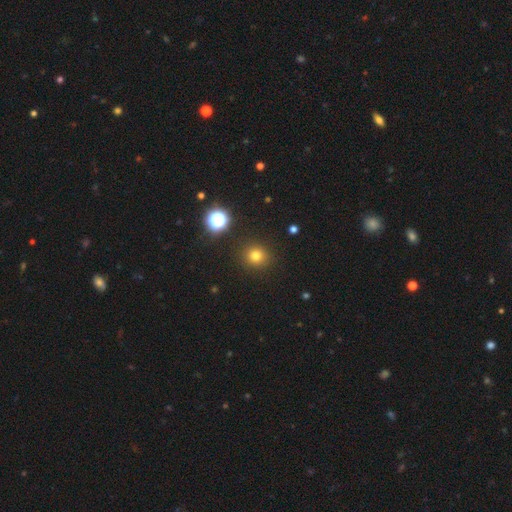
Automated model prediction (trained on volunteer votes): Q: Smooth or featured?
A: smooth (76%); runner-up: star or artifact (18%)
Q: How rounded?
A: round (90%); runner-up: in between (9%)
Q: Merging?
A: none (90%); runner-up: minor disturbance (6%)